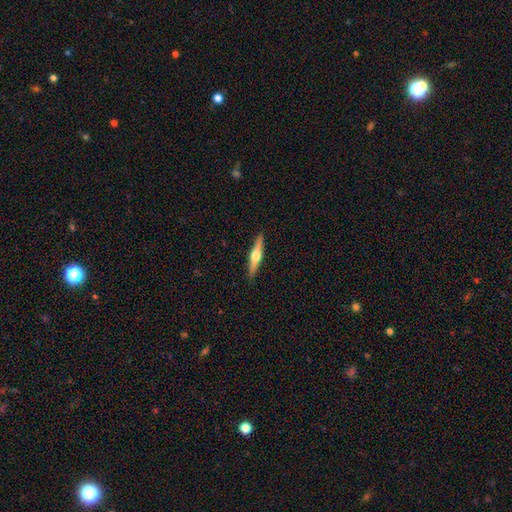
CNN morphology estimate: Smooth or featured: featured or disk — 67% (smooth — 28%)
Edge-on disk: yes — 98% (no — 2%)
Edge-on bulge: rounded — 95% (boxy — 3%)
Merging: none — 91% (minor disturbance — 7%)